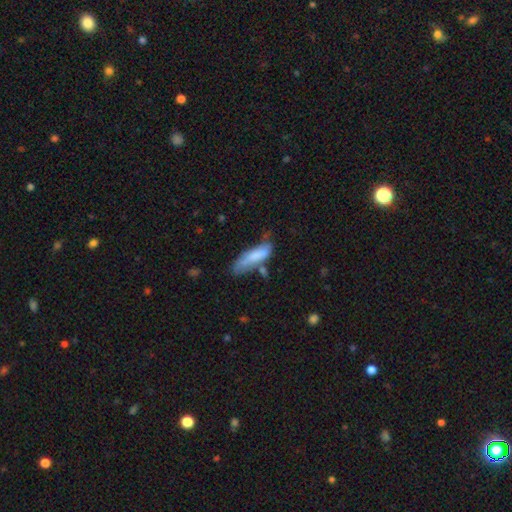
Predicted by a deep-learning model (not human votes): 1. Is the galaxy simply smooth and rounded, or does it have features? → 73% smooth, 21% featured or disk, 6% star or artifact.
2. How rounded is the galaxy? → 57% cigar-shaped, 42% in between, 2% round.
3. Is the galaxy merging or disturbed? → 42% none, 32% minor disturbance, 14% major disturbance, 12% merger.